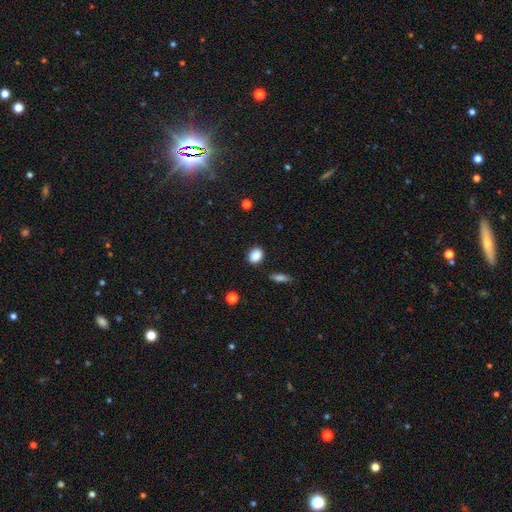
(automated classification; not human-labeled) smooth 88%, star or artifact 9%, featured or disk 3%. Down the decision tree: how rounded — round (53%); merging — none (87%).